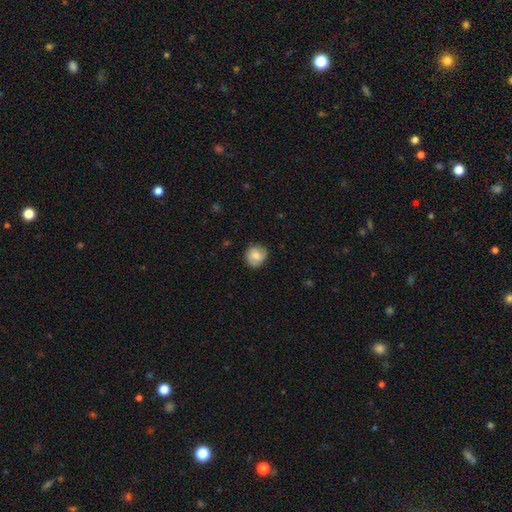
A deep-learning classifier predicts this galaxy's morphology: Smooth or featured: smooth — 74% (featured or disk — 18%)
How rounded: round — 86% (in between — 13%)
Merging: none — 81% (minor disturbance — 15%)